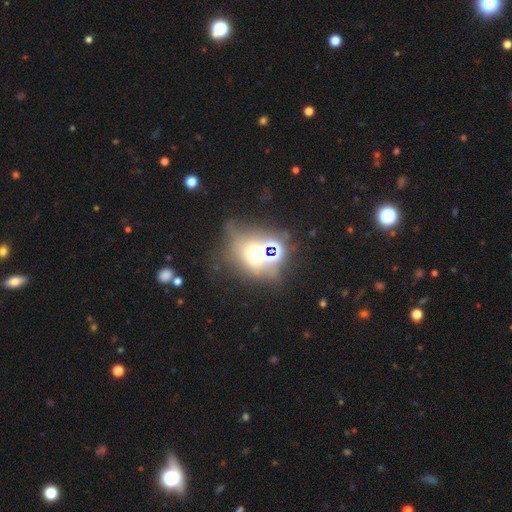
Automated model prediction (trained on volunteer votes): smooth_or_featured: star or artifact (p=0.43) [alt: smooth p=0.40]